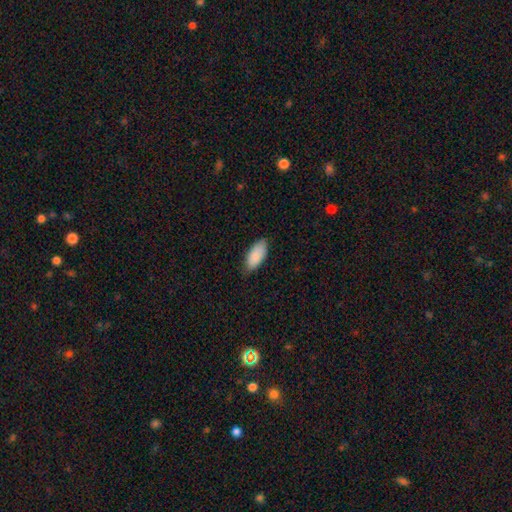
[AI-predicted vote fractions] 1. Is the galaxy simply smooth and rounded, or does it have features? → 86% smooth, 8% featured or disk, 6% star or artifact.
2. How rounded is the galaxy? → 91% in between, 7% cigar-shaped, 2% round.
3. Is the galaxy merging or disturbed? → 76% none, 21% minor disturbance, 3% major disturbance, 1% merger.